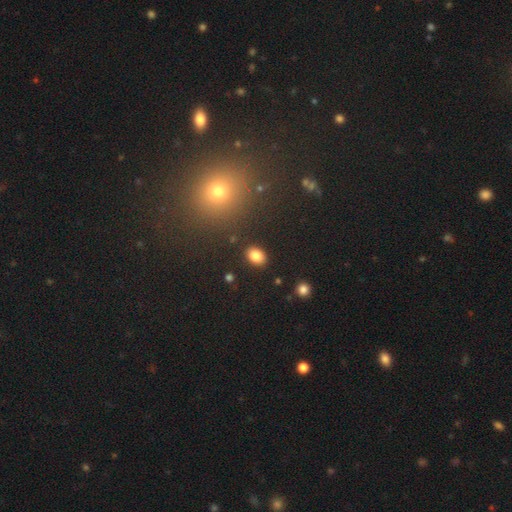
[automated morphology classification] Overall: smooth (85%). How rounded: in between (72%). Merging: none (88%).